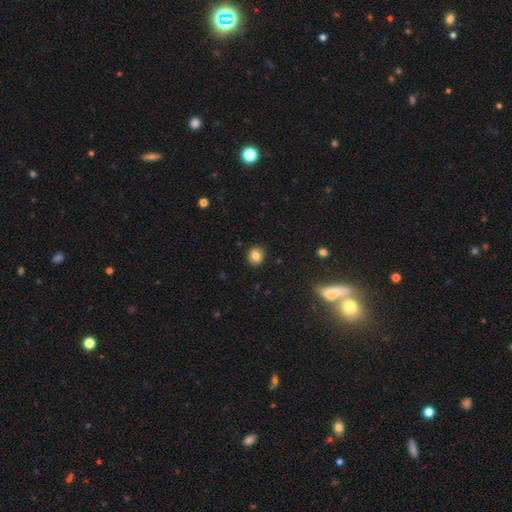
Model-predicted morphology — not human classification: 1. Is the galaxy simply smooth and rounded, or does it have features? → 83% smooth, 11% star or artifact, 6% featured or disk.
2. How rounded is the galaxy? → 84% round, 15% in between, 1% cigar-shaped.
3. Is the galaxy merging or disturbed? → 91% none, 7% minor disturbance, 2% major disturbance, 1% merger.